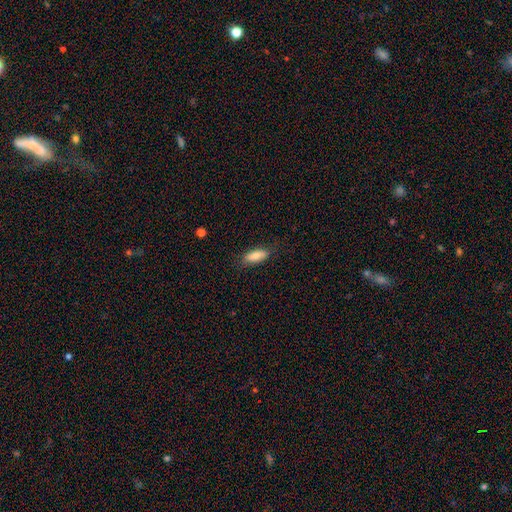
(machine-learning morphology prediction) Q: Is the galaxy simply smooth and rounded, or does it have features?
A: smooth — 82%.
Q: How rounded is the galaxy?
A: in between — 74%.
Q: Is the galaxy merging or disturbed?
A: none — 81%.